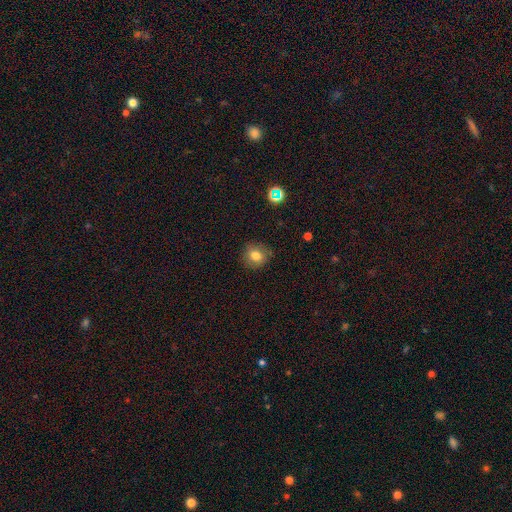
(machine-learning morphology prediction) smooth_or_featured: smooth (p=0.78) [alt: star or artifact p=0.12]
how_rounded: round (p=0.83) [alt: in between p=0.16]
merging: none (p=0.83) [alt: minor disturbance p=0.13]